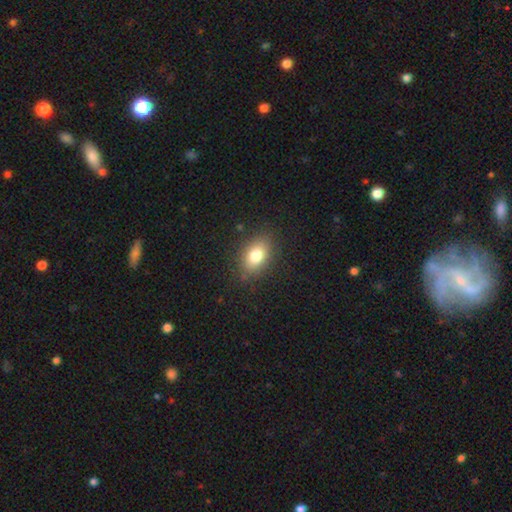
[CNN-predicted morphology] smooth_or_featured: smooth (p=0.80) [alt: featured or disk p=0.10]
how_rounded: in between (p=0.83) [alt: round p=0.15]
merging: none (p=0.84) [alt: minor disturbance p=0.12]